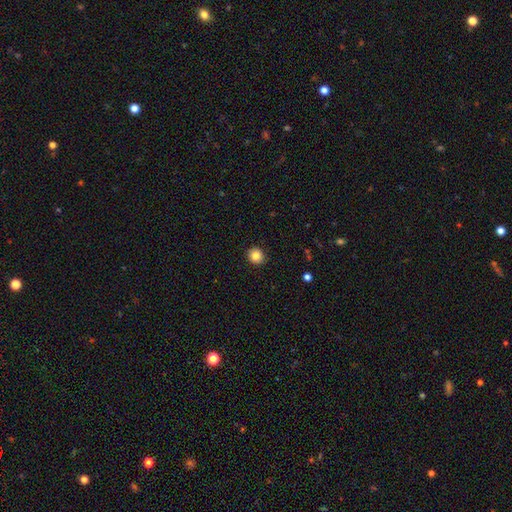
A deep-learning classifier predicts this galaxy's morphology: type=smooth (84%); roundness=round (86%); merging=none (91%).